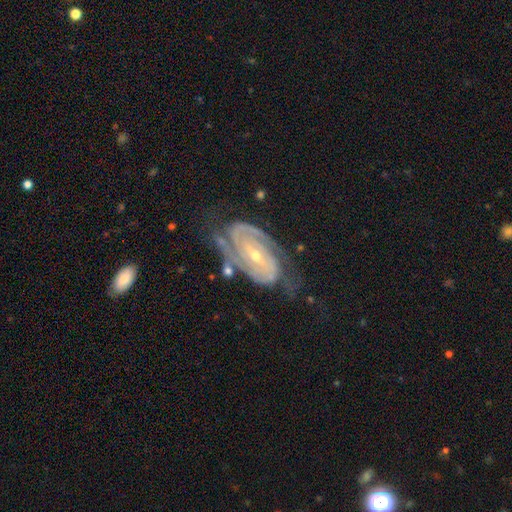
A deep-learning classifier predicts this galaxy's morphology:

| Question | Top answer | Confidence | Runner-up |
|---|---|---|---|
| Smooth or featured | featured or disk | 91% | star or artifact (5%) |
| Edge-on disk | no | 96% | yes (4%) |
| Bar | no | 42% | weak (35%) |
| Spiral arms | yes | 98% | no (2%) |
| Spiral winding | tight | 69% | medium (26%) |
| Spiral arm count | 2 | 64% | 3 (15%) |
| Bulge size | small | 68% | moderate (29%) |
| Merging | none | 64% | minor disturbance (21%) |